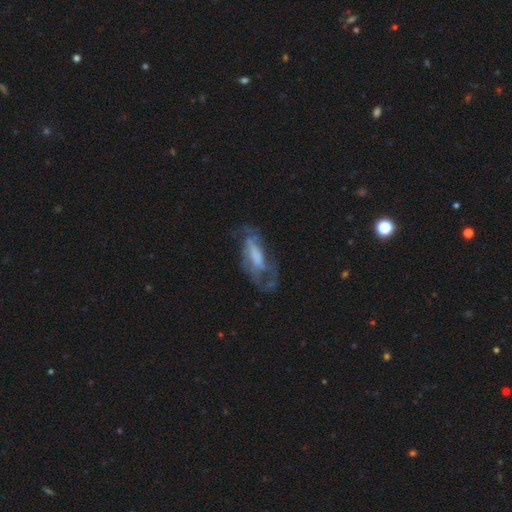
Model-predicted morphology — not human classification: Smooth or featured: featured or disk — 65% (smooth — 27%)
Edge-on disk: no — 87% (yes — 13%)
Bar: no — 51% (weak — 31%)
Spiral arms: yes — 64% (no — 36%)
Bulge size: none — 33% (moderate — 25%)
Merging: none — 44% (major disturbance — 30%)